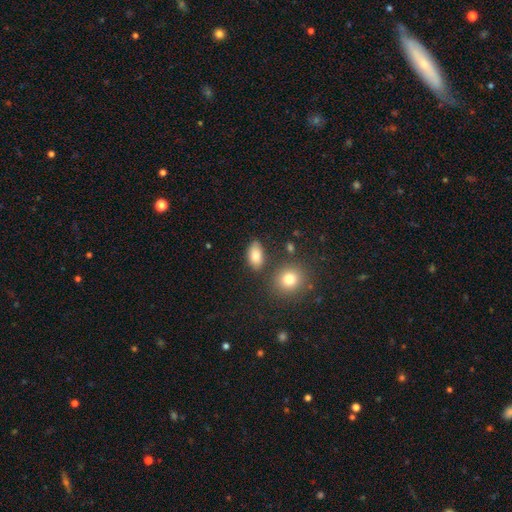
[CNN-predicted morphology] A smooth galaxy with no disk features (83%) that is in between round and cigar-shaped (88%).

Vote fractions:
- Smooth or featured? smooth: 83% / star or artifact: 9% / featured or disk: 8%
- How rounded? in between: 88% / round: 9% / cigar-shaped: 3%
- Merging? none: 77% / minor disturbance: 13% / merger: 6% / major disturbance: 4%